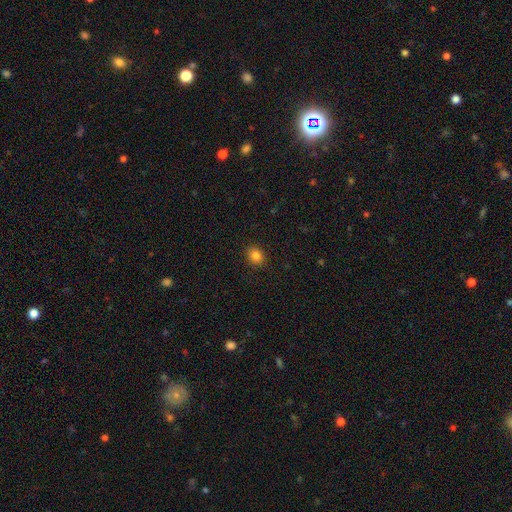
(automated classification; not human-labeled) smooth 84%, star or artifact 11%, featured or disk 5%. Down the decision tree: how rounded — round (57%); merging — none (90%).